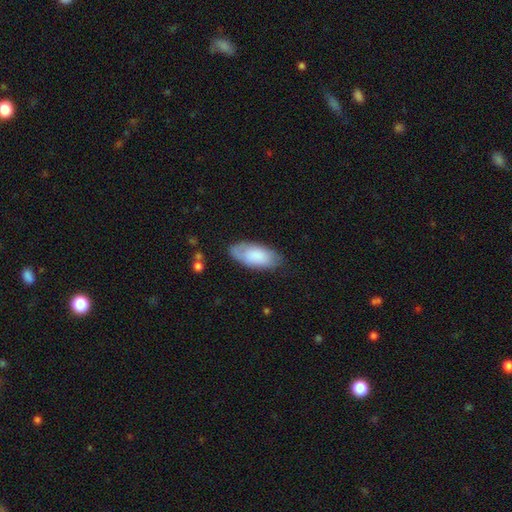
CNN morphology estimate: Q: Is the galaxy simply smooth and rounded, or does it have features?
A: smooth — 77%.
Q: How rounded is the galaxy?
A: in between — 92%.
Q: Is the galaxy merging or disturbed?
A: none — 74%.